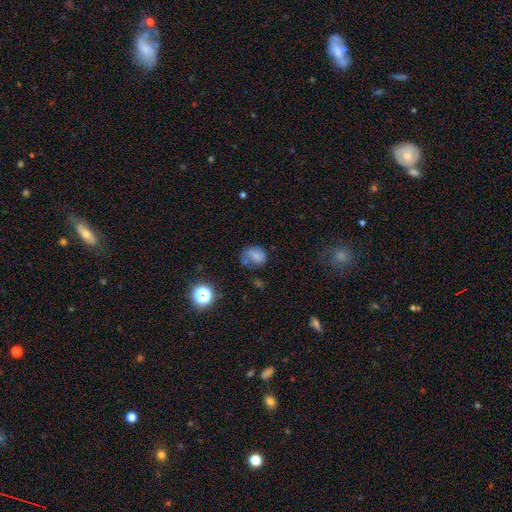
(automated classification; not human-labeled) A smooth galaxy with no disk features (67%) that is in between round and cigar-shaped (52%). Merging: none (45%).